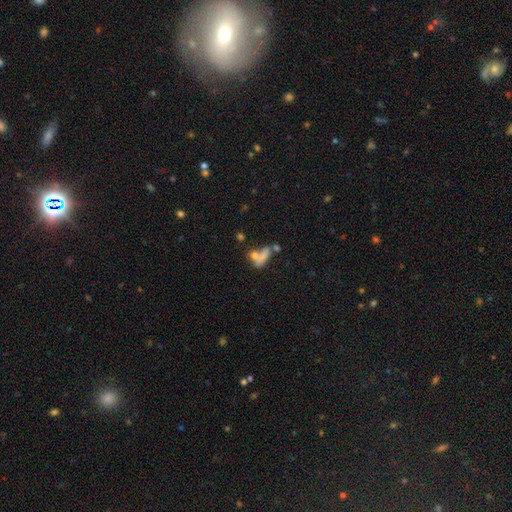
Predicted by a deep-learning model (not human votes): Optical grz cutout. It shows a smooth galaxy with no disk features (57%) that is in between round and cigar-shaped (54%). Merging: merger (36%).